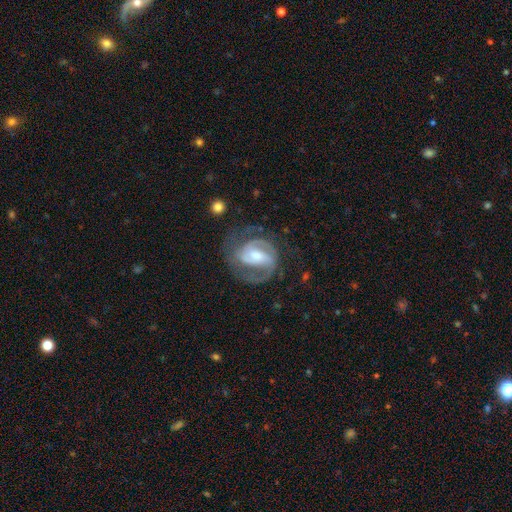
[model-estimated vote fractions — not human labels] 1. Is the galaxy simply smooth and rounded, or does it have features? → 89% featured or disk, 6% smooth, 5% star or artifact.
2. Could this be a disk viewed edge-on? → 98% no, 2% yes.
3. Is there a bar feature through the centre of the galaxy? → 43% weak, 36% strong, 21% no.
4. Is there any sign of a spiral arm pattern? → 97% yes, 3% no.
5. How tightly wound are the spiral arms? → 49% medium, 41% tight, 10% loose.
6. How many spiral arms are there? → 75% 2, 12% 3, 6% can't tell, 3% 1, 2% 4, 2% more than 4.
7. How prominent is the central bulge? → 52% moderate, 39% small, 6% large, 2% none, 1% dominant.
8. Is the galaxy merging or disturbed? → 70% none, 17% minor disturbance, 12% major disturbance, 2% merger.